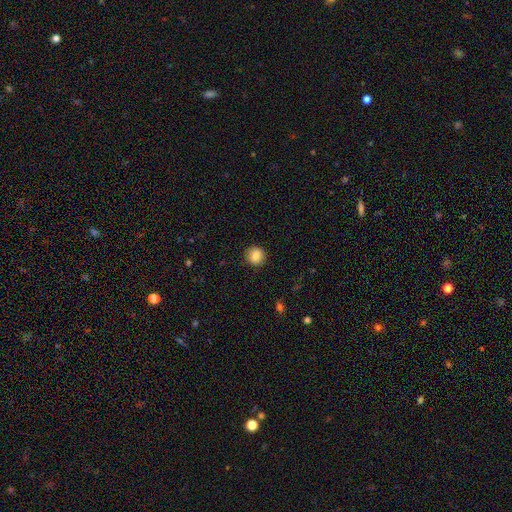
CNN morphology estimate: A smooth galaxy with no disk features (87%) that is round (92%). Merging: none (91%).